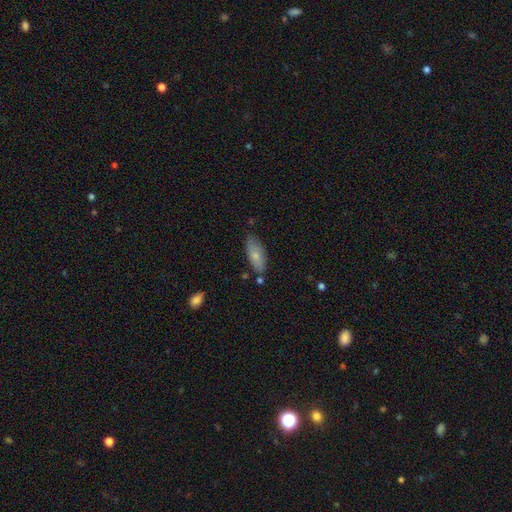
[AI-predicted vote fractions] This appears to be a smooth galaxy with no disk features (73%) that is in between round and cigar-shaped (82%). Merging: none (69%).